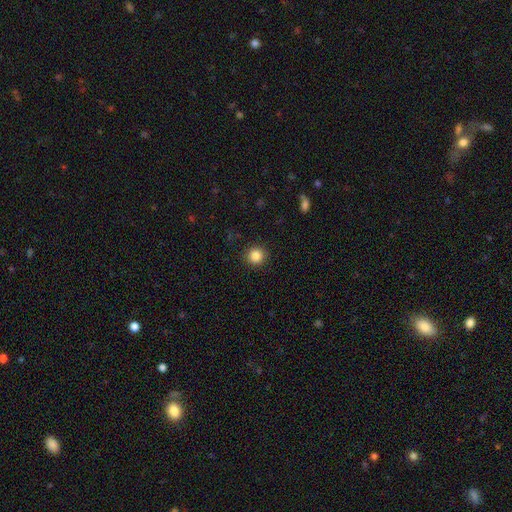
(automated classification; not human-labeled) smooth-or-featured: smooth: 86% | star or artifact: 10% | featured or disk: 4%
  how-rounded: round: 93% | in between: 6% | cigar-shaped: 1%
  merging: none: 91% | minor disturbance: 6% | major disturbance: 2% | merger: 1%